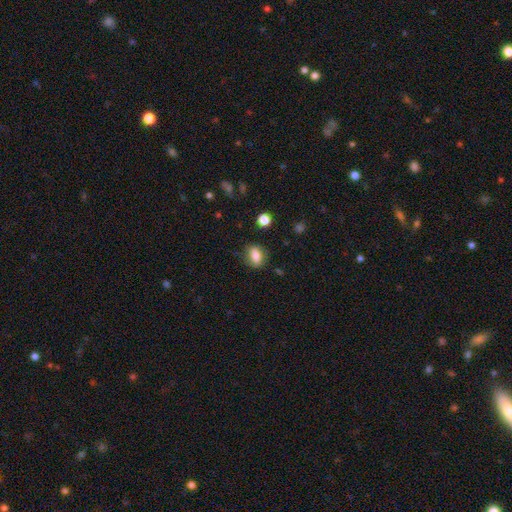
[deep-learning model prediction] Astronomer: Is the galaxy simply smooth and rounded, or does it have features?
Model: smooth — 79%.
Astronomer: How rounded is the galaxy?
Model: in between — 75%.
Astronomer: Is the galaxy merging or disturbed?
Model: none — 78%.